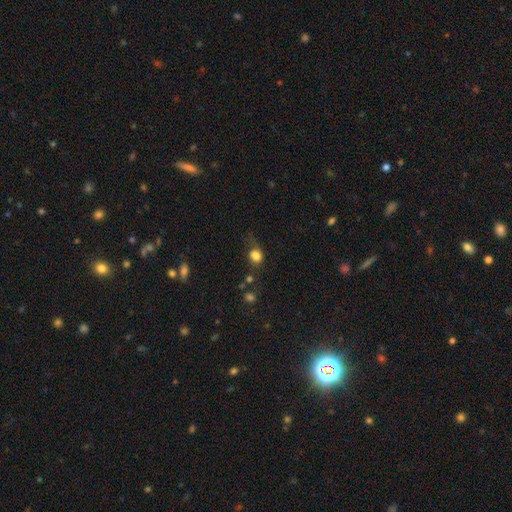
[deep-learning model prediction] The model was most divided on "merging": none: 46%, minor disturbance: 26%, major disturbance: 22%, merger: 6%. More confident: smooth or featured — smooth (81%); how rounded — round (64%).